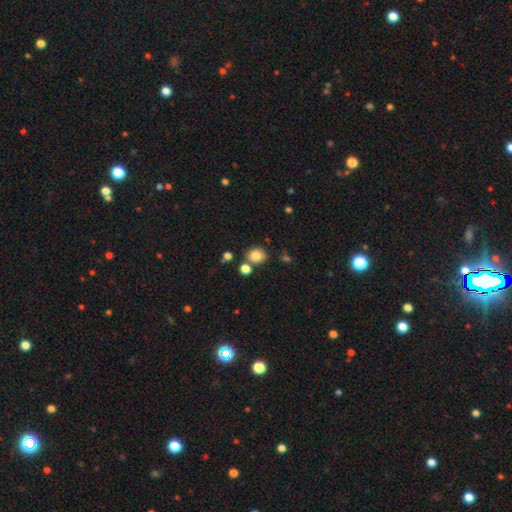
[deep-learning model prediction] A smooth galaxy with no disk features (81%) that is round (78%).

Vote fractions:
- Smooth or featured? smooth: 81% / star or artifact: 11% / featured or disk: 8%
- How rounded? round: 78% / in between: 21% / cigar-shaped: 1%
- Merging? none: 72% / merger: 14% / minor disturbance: 11% / major disturbance: 3%